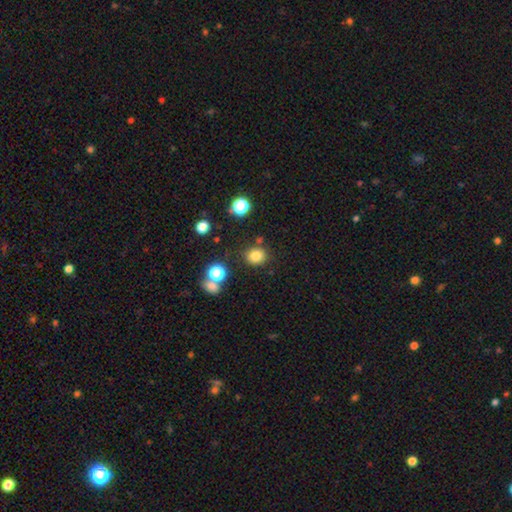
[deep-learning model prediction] Smooth or featured? smooth (80%)
How rounded? round (71%)
Merging? none (82%)